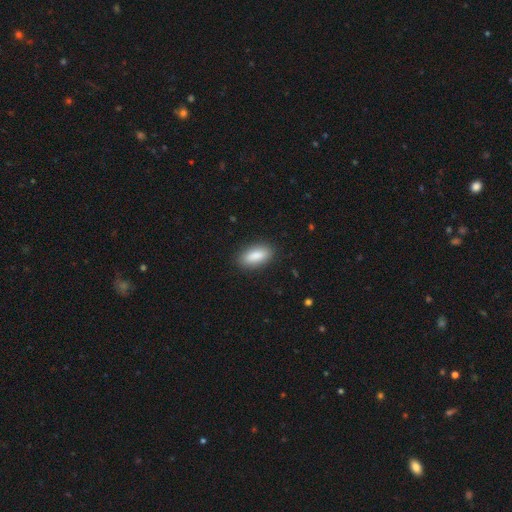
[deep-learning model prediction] Smooth or featured? smooth (88%)
How rounded? in between (87%)
Merging? none (87%)